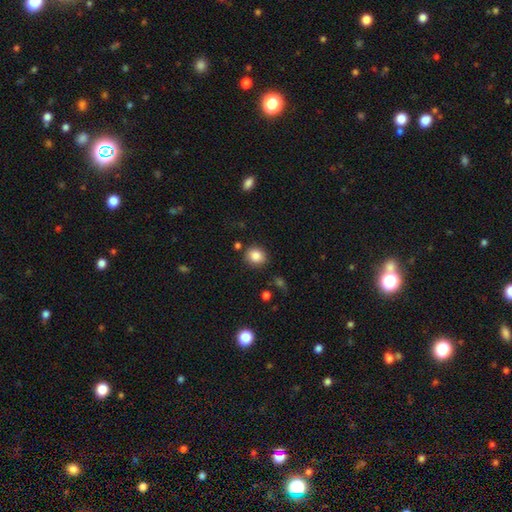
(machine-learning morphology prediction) Q: Smooth or featured?
A: smooth (85%); runner-up: star or artifact (10%)
Q: How rounded?
A: round (72%); runner-up: in between (27%)
Q: Merging?
A: none (84%); runner-up: minor disturbance (10%)